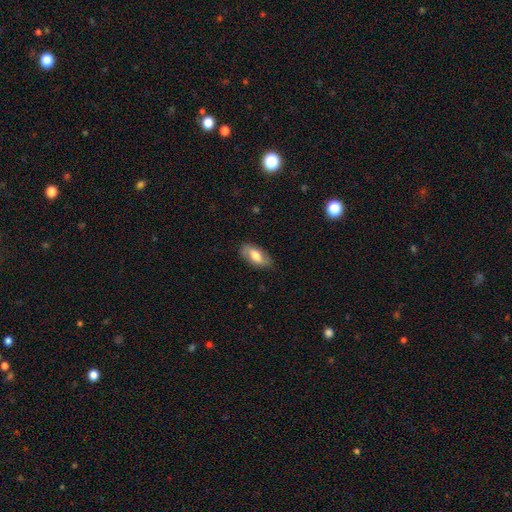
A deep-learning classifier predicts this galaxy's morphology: Overall: smooth (57%; featured or disk 36%). How rounded: in between (89%). Merging: none (78%).